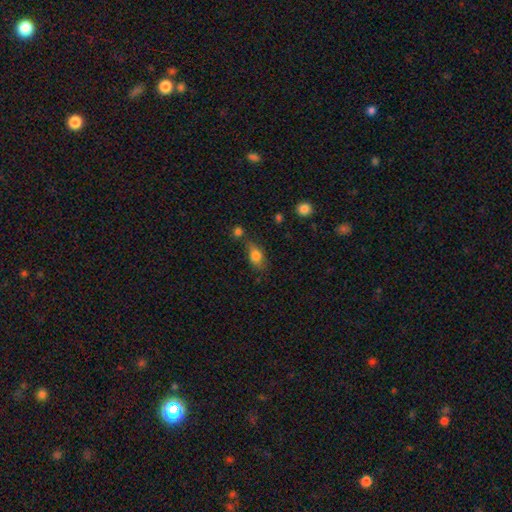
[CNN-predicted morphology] type=smooth (79%); roundness=in between (74%); merging=none (53%).